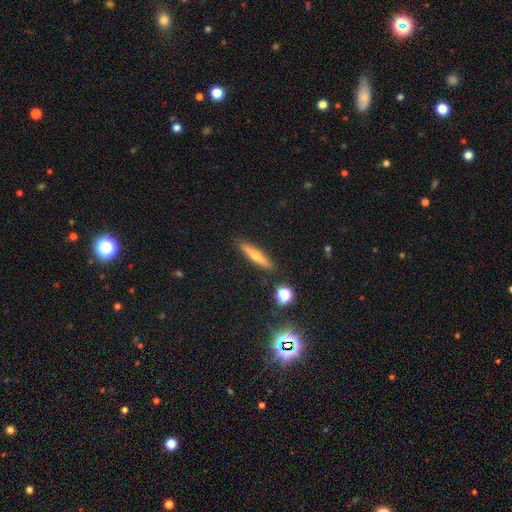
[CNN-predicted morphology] Smooth or featured: smooth — 47% (featured or disk — 43%)
Merging: none — 89% (minor disturbance — 7%)